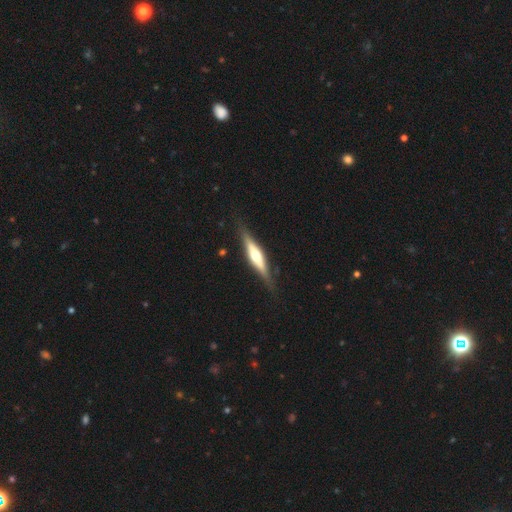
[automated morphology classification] A featured or disk galaxy (67%) viewed edge-on (95%) with a rounded central bulge (87%).

Vote fractions:
- Smooth or featured? featured or disk: 67% / smooth: 28% / star or artifact: 5%
- Edge-on disk? yes: 95% / no: 5%
- Edge-on bulge? rounded: 87% / boxy: 8% / none: 4%
- Merging? none: 84% / minor disturbance: 12% / major disturbance: 3% / merger: 1%